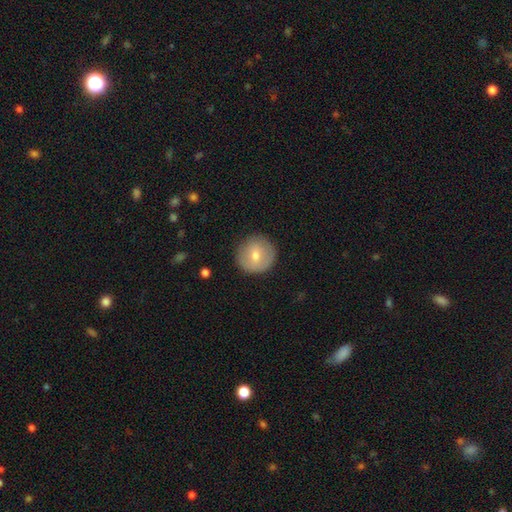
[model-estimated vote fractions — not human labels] A smooth galaxy with no disk features (68%) that is round (94%). Merging: none (87%).